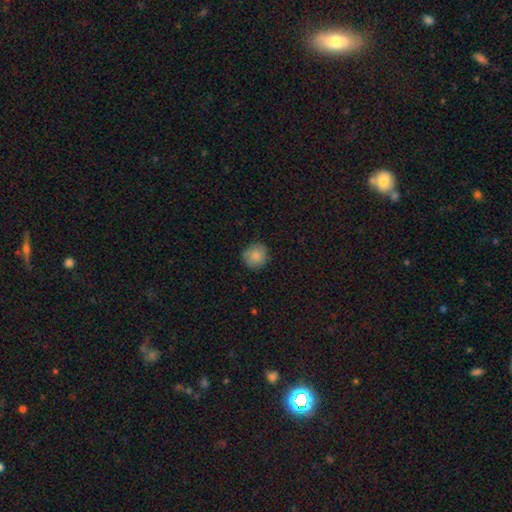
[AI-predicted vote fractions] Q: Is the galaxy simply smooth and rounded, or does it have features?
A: smooth — 84%.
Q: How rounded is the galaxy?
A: round — 88%.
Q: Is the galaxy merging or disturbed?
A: none — 84%.